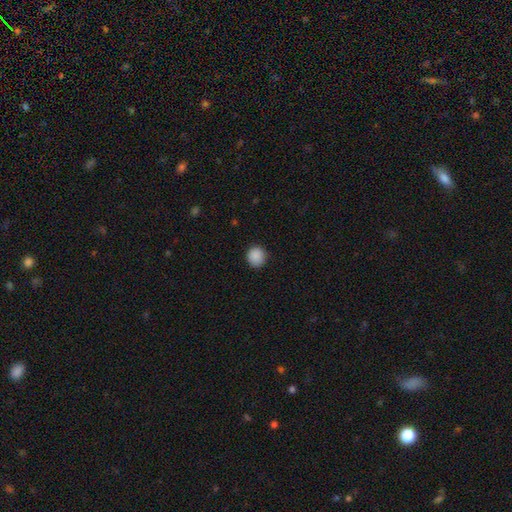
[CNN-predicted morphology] Smooth or featured: smooth — 89% (star or artifact — 9%)
How rounded: round — 91% (in between — 8%)
Merging: none — 89% (minor disturbance — 8%)